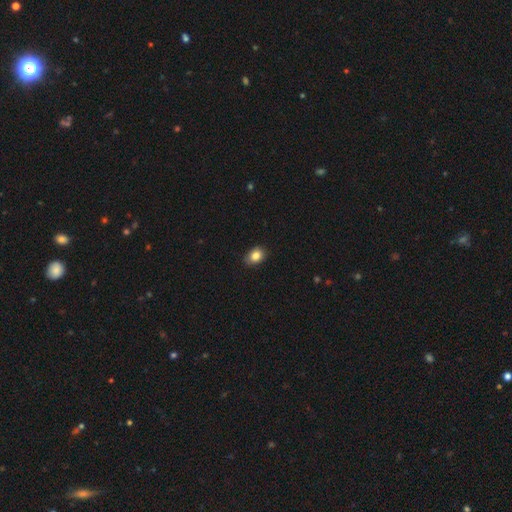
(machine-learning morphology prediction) smooth-or-featured: smooth: 85% | star or artifact: 9% | featured or disk: 6%
  how-rounded: in between: 66% | round: 32% | cigar-shaped: 1%
  merging: none: 84% | minor disturbance: 13% | major disturbance: 2% | merger: 1%